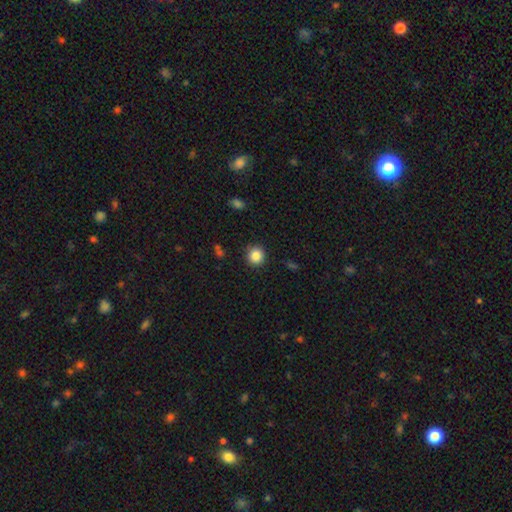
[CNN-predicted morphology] Q: Smooth or featured?
A: smooth (86%); runner-up: star or artifact (10%)
Q: How rounded?
A: round (91%); runner-up: in between (8%)
Q: Merging?
A: none (90%); runner-up: minor disturbance (6%)